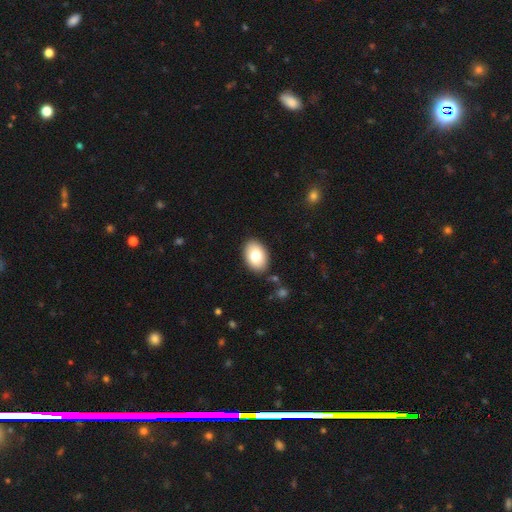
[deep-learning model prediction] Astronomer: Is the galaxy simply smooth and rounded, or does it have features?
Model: smooth — 79%.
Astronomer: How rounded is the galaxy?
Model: in between — 87%.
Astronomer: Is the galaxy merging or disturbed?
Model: none — 87%.